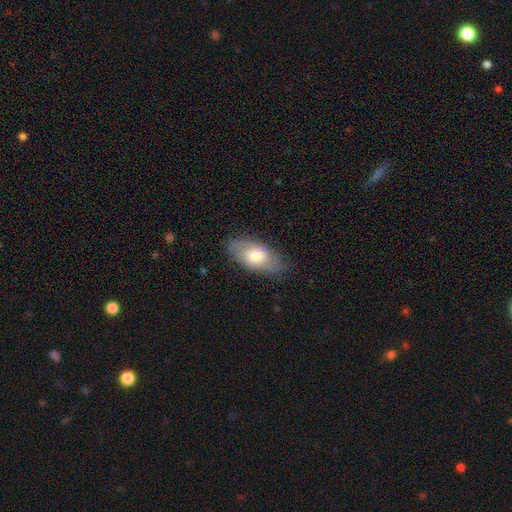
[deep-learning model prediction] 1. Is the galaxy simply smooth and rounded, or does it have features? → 60% smooth, 33% featured or disk, 6% star or artifact.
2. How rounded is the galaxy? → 90% in between, 6% cigar-shaped, 4% round.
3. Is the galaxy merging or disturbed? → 78% none, 16% minor disturbance, 4% major disturbance, 1% merger.